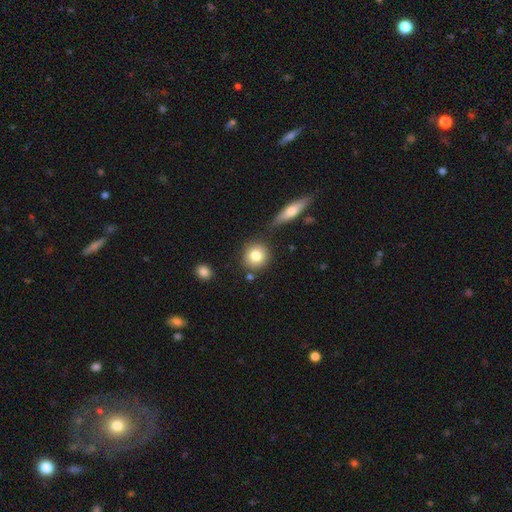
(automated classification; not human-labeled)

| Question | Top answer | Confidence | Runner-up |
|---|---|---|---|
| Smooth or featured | smooth | 81% | featured or disk (11%) |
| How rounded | round | 89% | in between (10%) |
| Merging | none | 80% | minor disturbance (9%) |